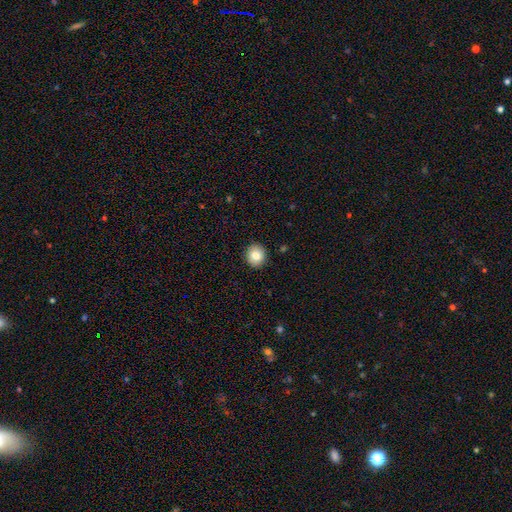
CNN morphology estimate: The model was most divided on "how rounded": round: 86%, in between: 13%, cigar-shaped: 1%. More confident: merging — none (91%); smooth or featured — smooth (82%).